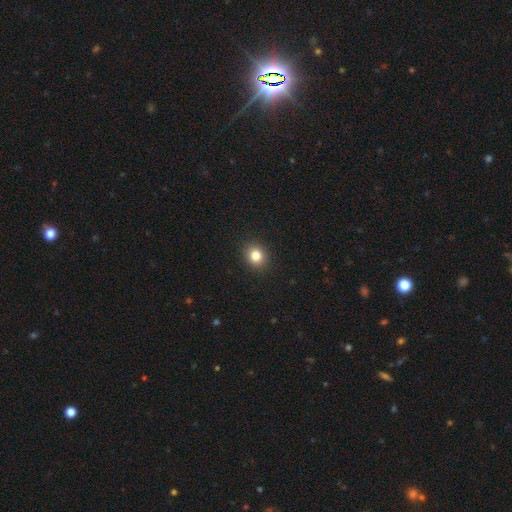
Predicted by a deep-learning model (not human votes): Morphology: type=smooth (82%); roundness=round (74%); merging=none (92%).